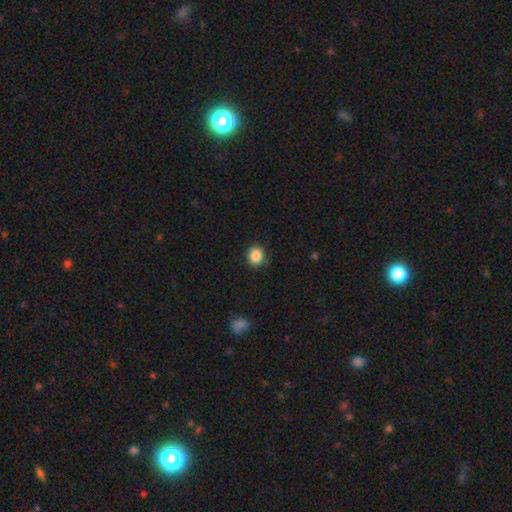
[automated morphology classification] A smooth galaxy with no disk features (86%) that is round (85%). Merging: none (89%).